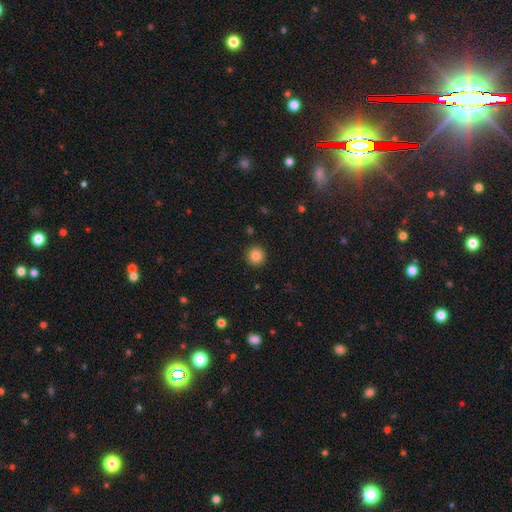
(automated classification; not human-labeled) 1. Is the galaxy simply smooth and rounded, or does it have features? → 86% smooth, 10% star or artifact, 4% featured or disk.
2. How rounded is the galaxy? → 94% round, 5% in between, 1% cigar-shaped.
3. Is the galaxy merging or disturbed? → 92% none, 5% minor disturbance, 2% major disturbance, 1% merger.